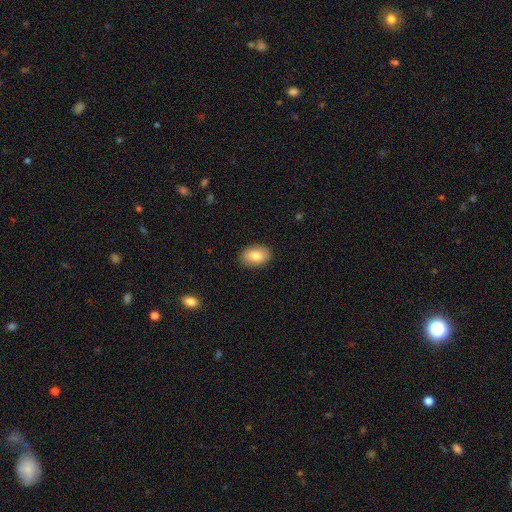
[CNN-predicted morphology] A smooth galaxy with no disk features (81%) that is in between round and cigar-shaped (87%). Merging: none (89%).